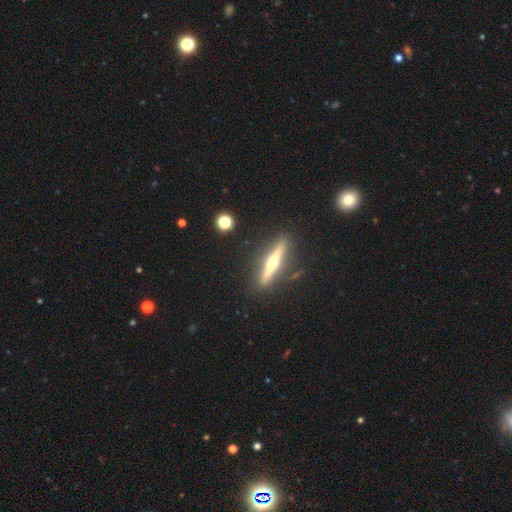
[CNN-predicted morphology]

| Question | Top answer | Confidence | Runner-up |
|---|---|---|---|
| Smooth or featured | featured or disk | 72% | smooth (20%) |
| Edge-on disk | yes | 95% | no (5%) |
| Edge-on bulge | rounded | 87% | none (9%) |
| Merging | none | 87% | minor disturbance (8%) |